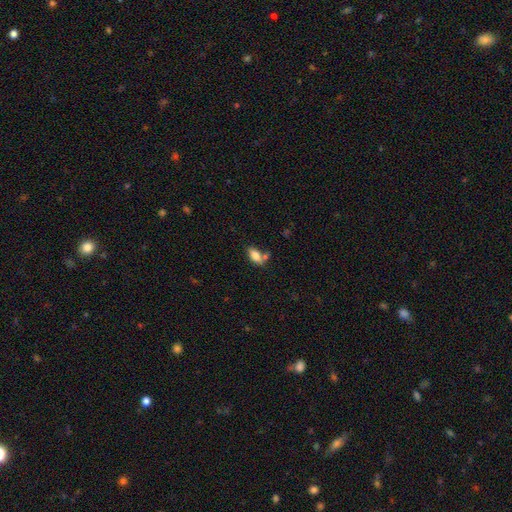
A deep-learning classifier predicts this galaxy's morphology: This is clearly a smooth galaxy (80%). How rounded: clearly in between (89%). Merging: possibly none (49%).